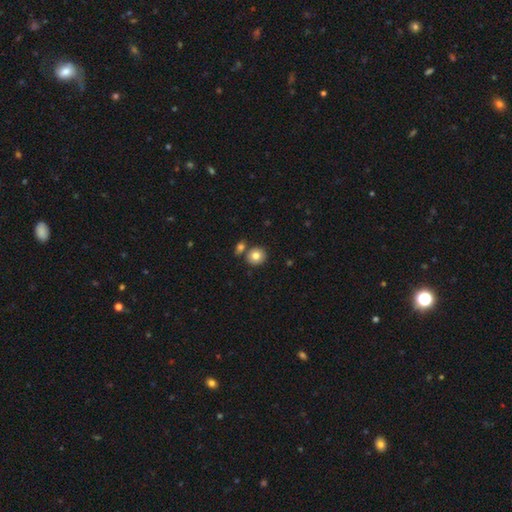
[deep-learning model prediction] This is likely a smooth galaxy (80%). How rounded: clearly round (85%). Merging: likely none (71%).